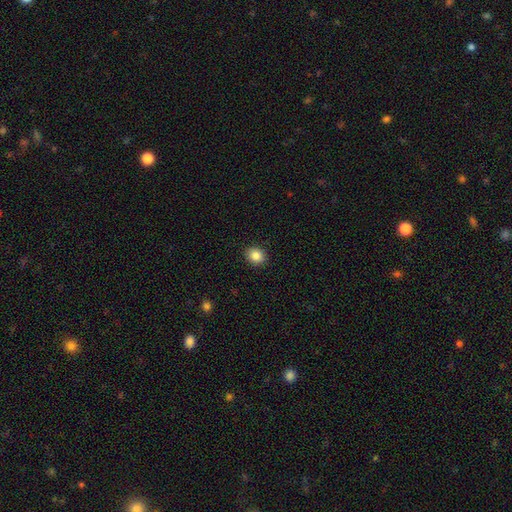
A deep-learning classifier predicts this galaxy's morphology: smooth_or_featured: smooth (p=0.86) [alt: star or artifact p=0.09]
how_rounded: round (p=0.69) [alt: in between p=0.30]
merging: none (p=0.91) [alt: minor disturbance p=0.06]